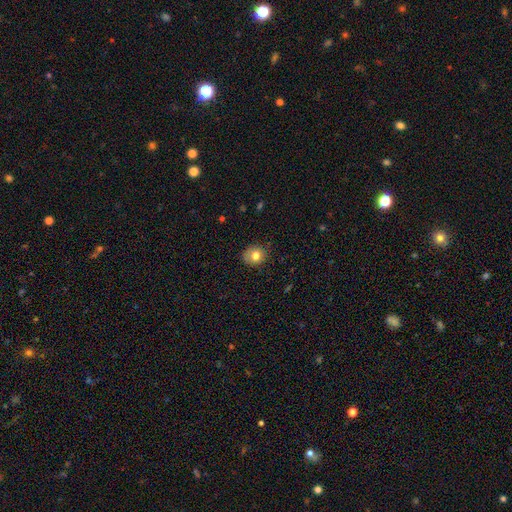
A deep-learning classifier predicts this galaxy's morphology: type=smooth (77%); roundness=round (76%); merging=none (78%).